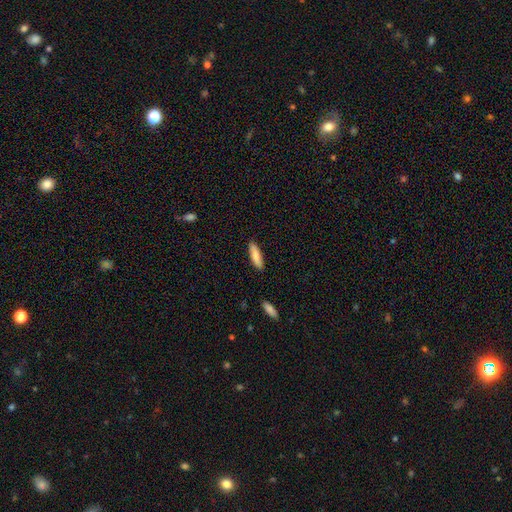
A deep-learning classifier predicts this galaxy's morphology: This is likely a smooth galaxy (78%). How rounded: likely cigar-shaped (60%). Merging: clearly none (88%).